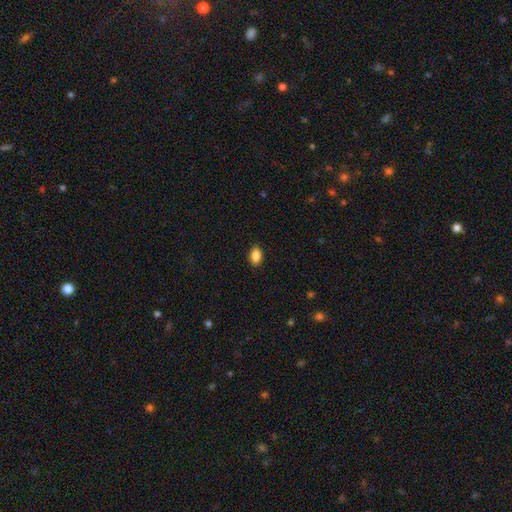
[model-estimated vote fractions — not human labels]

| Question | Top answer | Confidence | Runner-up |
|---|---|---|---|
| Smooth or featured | smooth | 88% | star or artifact (8%) |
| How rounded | in between | 88% | round (10%) |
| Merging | none | 88% | minor disturbance (9%) |